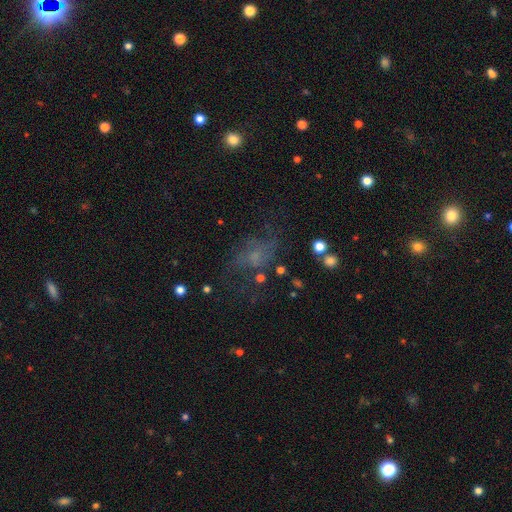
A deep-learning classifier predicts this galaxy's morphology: type=featured or disk (44%); merging=none (47%).